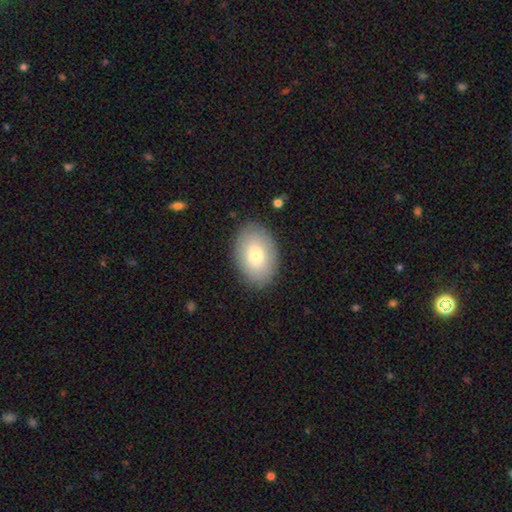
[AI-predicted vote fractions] This appears to be a smooth galaxy with no disk features (77%) that is in between round and cigar-shaped (87%). Merging: none (87%).